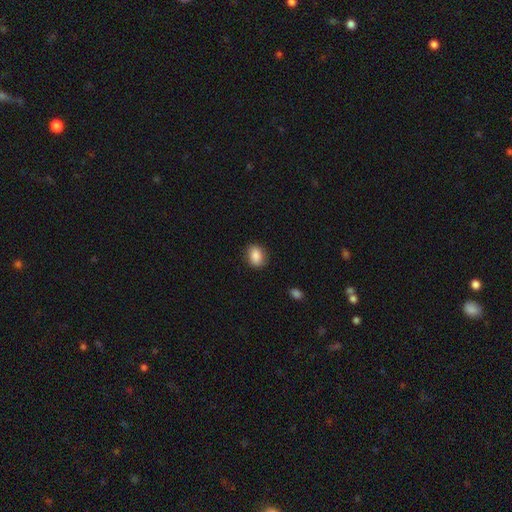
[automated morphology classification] This is clearly a smooth galaxy (88%). How rounded: likely in between (68%). Merging: clearly none (86%).